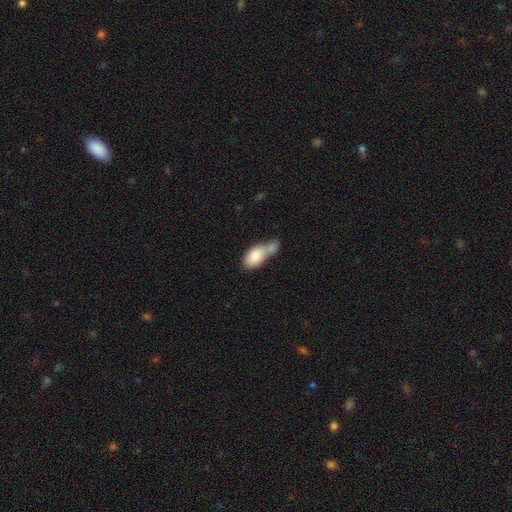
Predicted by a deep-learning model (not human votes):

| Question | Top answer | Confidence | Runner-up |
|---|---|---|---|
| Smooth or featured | smooth | 80% | featured or disk (13%) |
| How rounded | in between | 90% | round (6%) |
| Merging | merger | 60% | none (21%) |